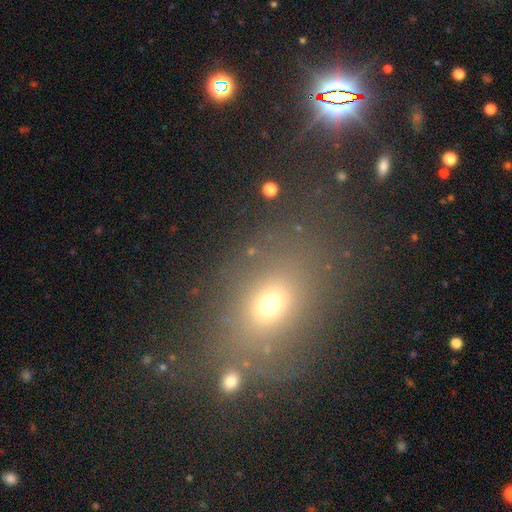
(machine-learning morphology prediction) This is possibly a smooth galaxy (58%). How rounded: likely in between (63%). Merging: likely none (75%).